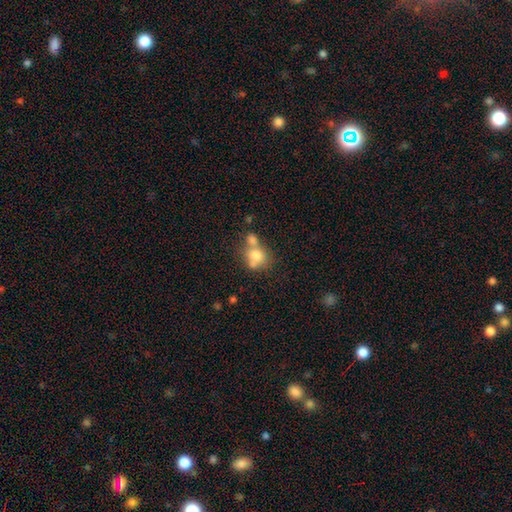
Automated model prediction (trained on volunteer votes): This is likely a smooth galaxy (71%). How rounded: likely round (64%). Merging: possibly merger (51%).